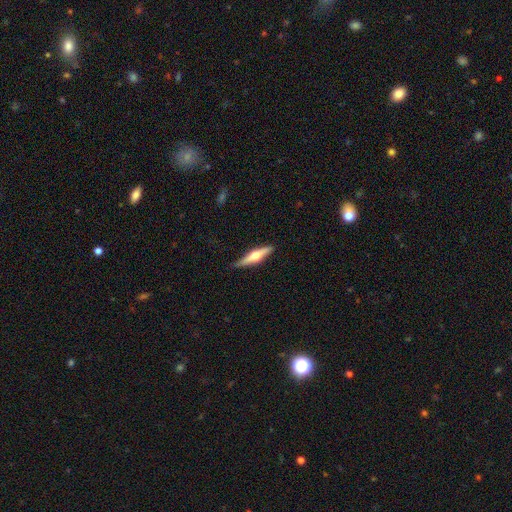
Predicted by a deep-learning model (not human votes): This appears to be a featured or disk galaxy (63%) viewed edge-on (96%) with a rounded central bulge (94%). Merging: none (86%).